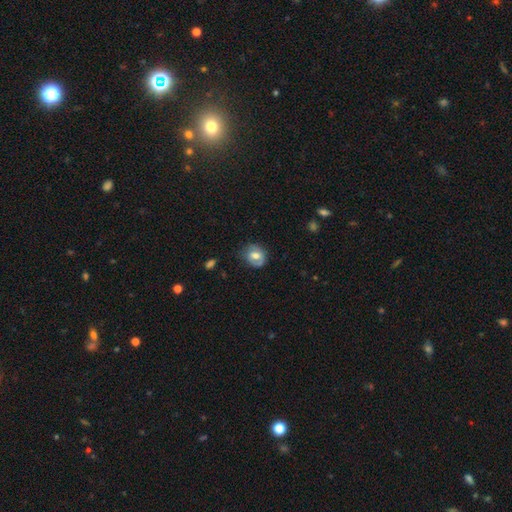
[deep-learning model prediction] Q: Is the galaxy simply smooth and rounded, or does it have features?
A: smooth — 54%.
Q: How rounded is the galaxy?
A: round — 60%.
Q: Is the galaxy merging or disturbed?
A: none — 62%.